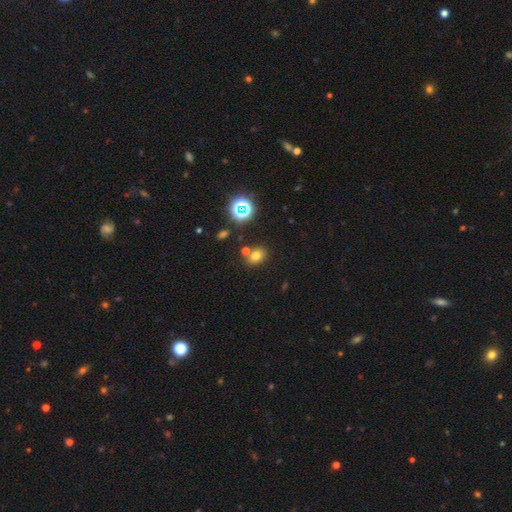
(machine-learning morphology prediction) Smooth or featured?
  - smooth: 71% *
  - star or artifact: 21%
  - featured or disk: 9%
How rounded?
  - in between: 61% *
  - round: 38%
  - cigar-shaped: 1%
Merging?
  - none: 69% *
  - merger: 16%
  - minor disturbance: 11%
  - major disturbance: 4%